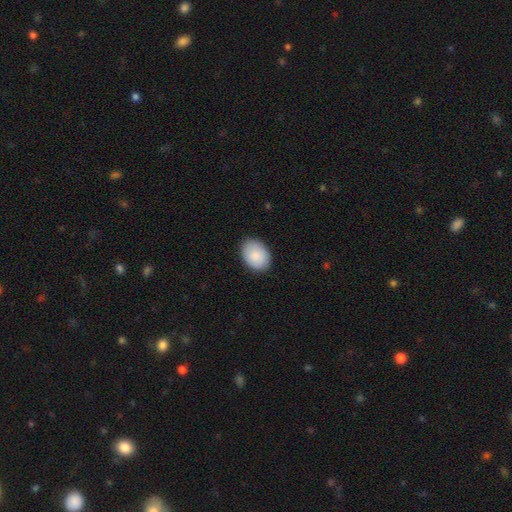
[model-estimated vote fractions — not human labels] Overall: smooth (88%). How rounded: in between (75%). Merging: none (86%).